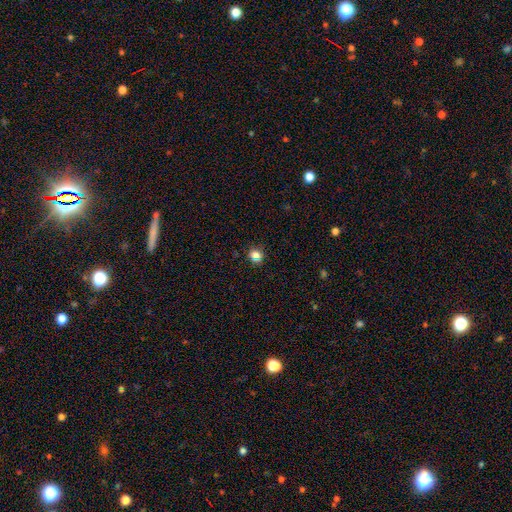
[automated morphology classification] type=smooth (73%); roundness=round (83%); merging=none (85%).